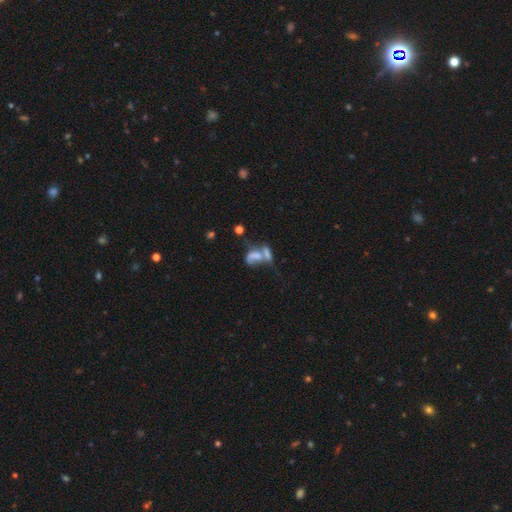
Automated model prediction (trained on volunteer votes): featured or disk 43% (tied), smooth 43% (tied), star or artifact 14%. Down the decision tree: merging — merger (59%).